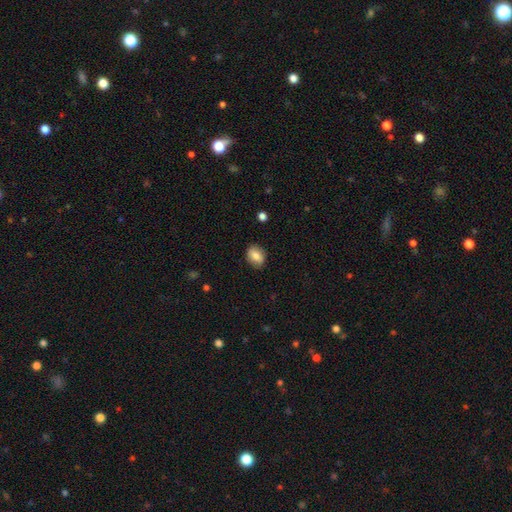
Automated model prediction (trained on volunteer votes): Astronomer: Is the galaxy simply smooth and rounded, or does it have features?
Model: smooth — 81%.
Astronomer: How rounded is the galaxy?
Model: in between — 64%.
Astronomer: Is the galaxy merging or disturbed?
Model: none — 84%.